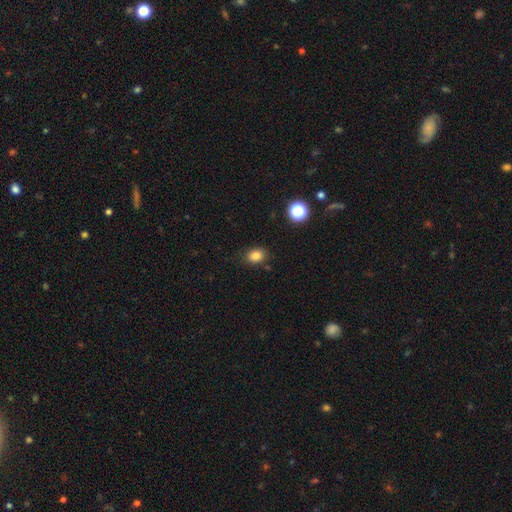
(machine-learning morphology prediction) Overall: smooth (83%). How rounded: in between (58%; round 41%). Merging: none (84%).